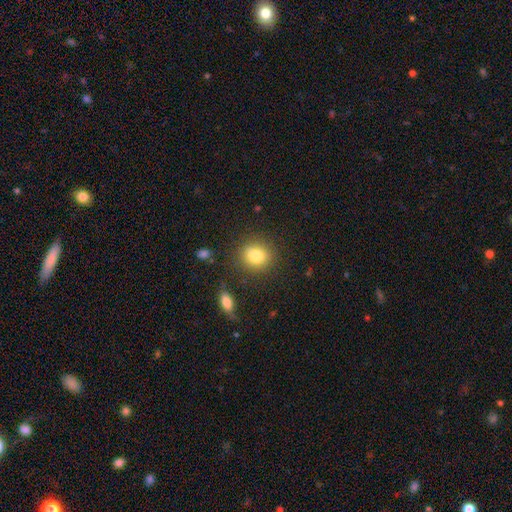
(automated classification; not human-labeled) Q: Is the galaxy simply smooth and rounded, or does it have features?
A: smooth — 83%.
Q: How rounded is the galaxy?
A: round — 76%.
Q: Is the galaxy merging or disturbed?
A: none — 84%.